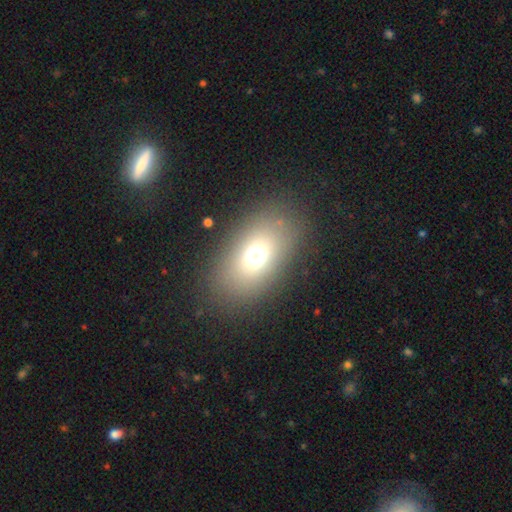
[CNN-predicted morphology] Smooth or featured?
  - smooth: 69% *
  - featured or disk: 16%
  - star or artifact: 15%
How rounded?
  - in between: 83% *
  - round: 14%
  - cigar-shaped: 2%
Merging?
  - none: 83% *
  - minor disturbance: 10%
  - major disturbance: 6%
  - merger: 2%